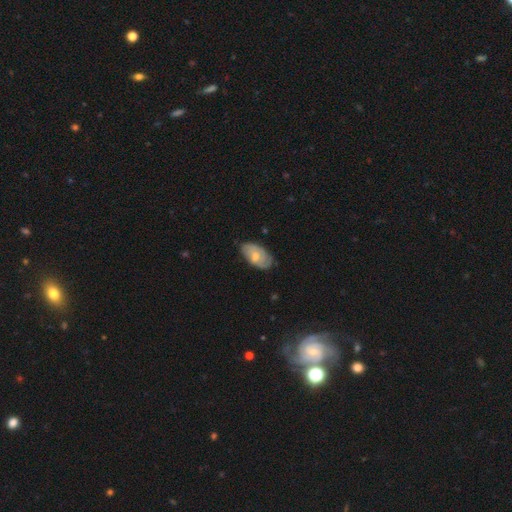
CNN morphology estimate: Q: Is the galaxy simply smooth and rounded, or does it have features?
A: smooth — 51%.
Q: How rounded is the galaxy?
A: in between — 93%.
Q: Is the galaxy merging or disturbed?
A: none — 67%.